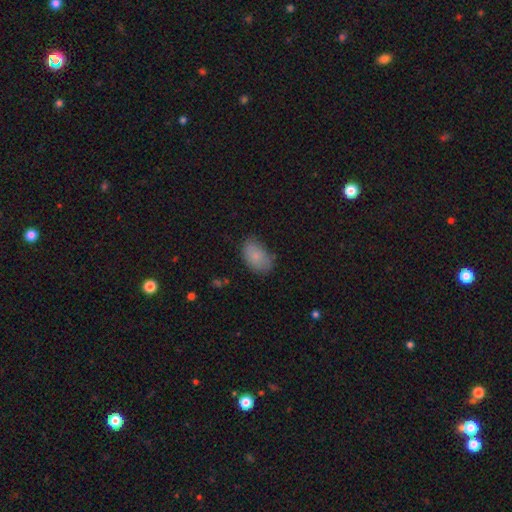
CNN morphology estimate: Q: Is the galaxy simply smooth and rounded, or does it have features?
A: smooth — 84%.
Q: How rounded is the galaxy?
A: in between — 90%.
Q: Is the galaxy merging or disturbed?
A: none — 70%.